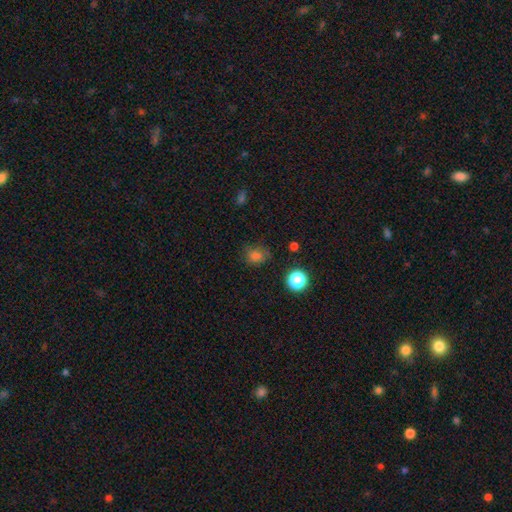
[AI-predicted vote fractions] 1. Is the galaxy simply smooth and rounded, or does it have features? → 77% smooth, 17% star or artifact, 6% featured or disk.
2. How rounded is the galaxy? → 65% round, 34% in between, 1% cigar-shaped.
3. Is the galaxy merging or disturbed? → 70% none, 21% minor disturbance, 6% major disturbance, 2% merger.